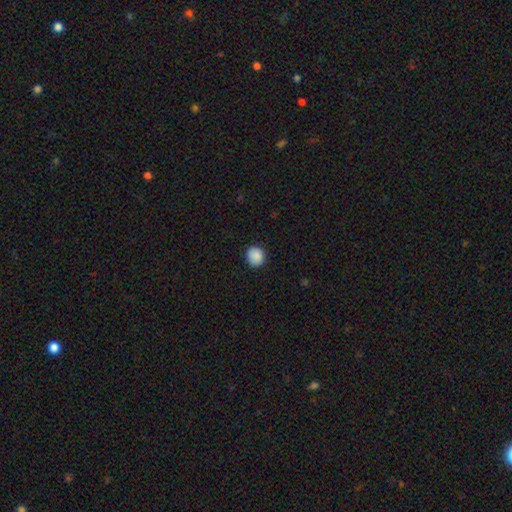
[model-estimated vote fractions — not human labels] smooth-or-featured: smooth: 88% | star or artifact: 8% | featured or disk: 4%
  how-rounded: round: 82% | in between: 17% | cigar-shaped: 1%
  merging: none: 88% | minor disturbance: 9% | major disturbance: 2% | merger: 1%